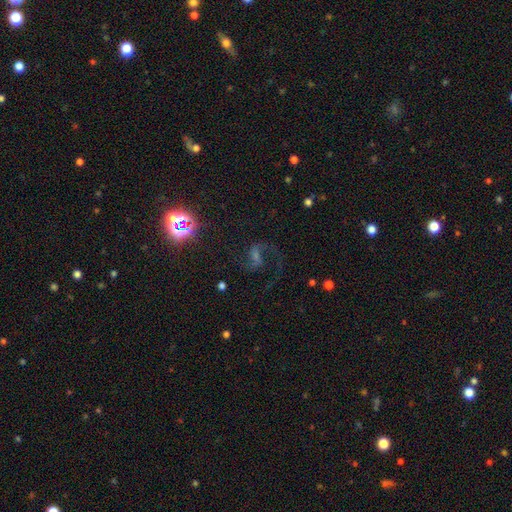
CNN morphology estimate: Q: Smooth or featured?
A: featured or disk (69%); runner-up: star or artifact (22%)
Q: Edge-on disk?
A: no (97%); runner-up: yes (3%)
Q: Bar?
A: weak (46%); runner-up: strong (32%)
Q: Spiral arms?
A: yes (96%); runner-up: no (4%)
Q: Spiral winding?
A: medium (47%); runner-up: loose (45%)
Q: Spiral arm count?
A: 2 (88%); runner-up: 1 (6%)
Q: Bulge size?
A: small (38%); runner-up: moderate (32%)
Q: Merging?
A: none (71%); runner-up: major disturbance (14%)